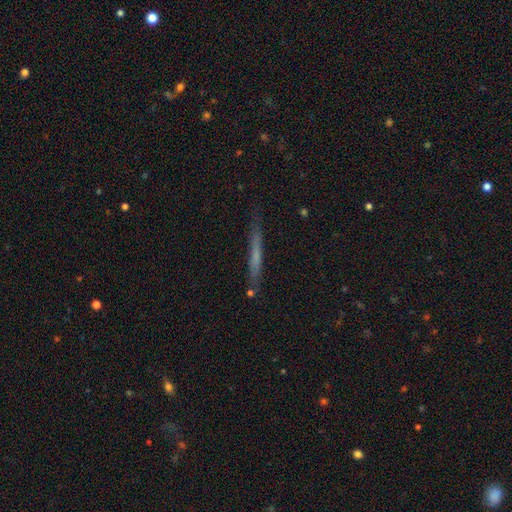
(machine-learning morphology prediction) Smooth or featured? smooth (51%)
How rounded? cigar-shaped (96%)
Merging? none (81%)